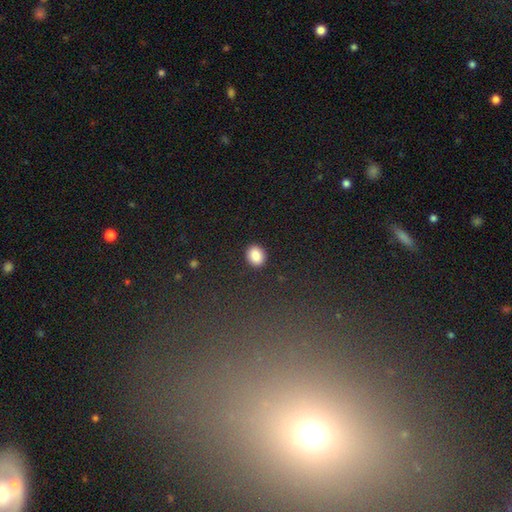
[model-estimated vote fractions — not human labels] smooth 87%, star or artifact 9%, featured or disk 4%. Down the decision tree: how rounded — round (54%); merging — none (89%).